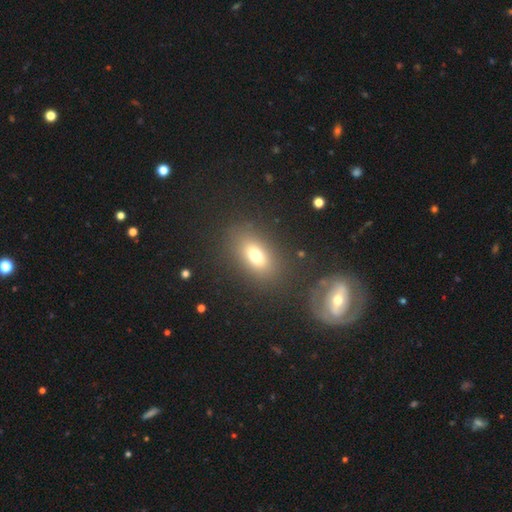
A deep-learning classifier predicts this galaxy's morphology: Q: Smooth or featured?
A: smooth (71%); runner-up: featured or disk (14%)
Q: How rounded?
A: in between (78%); runner-up: round (18%)
Q: Merging?
A: none (84%); runner-up: minor disturbance (9%)